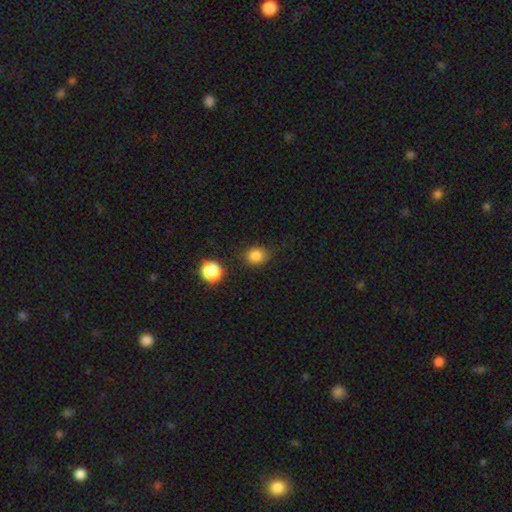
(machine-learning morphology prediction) A smooth galaxy with no disk features (82%) that is round (69%). Merging: none (76%).